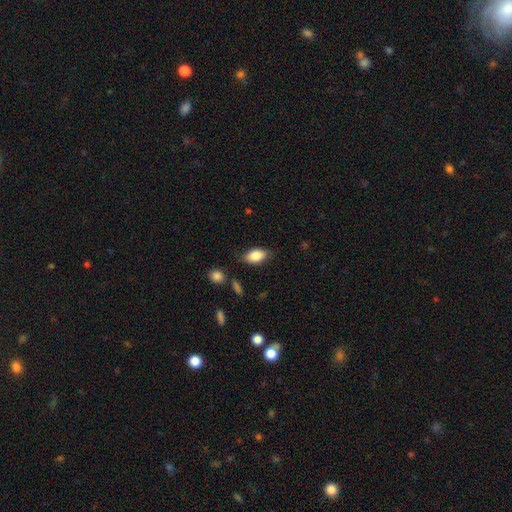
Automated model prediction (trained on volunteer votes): smooth_or_featured: smooth (p=0.83) [alt: featured or disk p=0.10]
how_rounded: in between (p=0.90) [alt: round p=0.06]
merging: none (p=0.78) [alt: minor disturbance p=0.16]